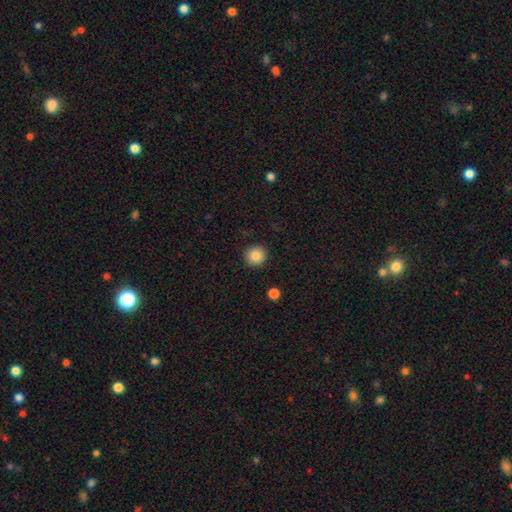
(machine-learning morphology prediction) The model was most divided on "smooth or featured": smooth: 86%, star or artifact: 9%, featured or disk: 5%. More confident: merging — none (92%); how rounded — round (92%).